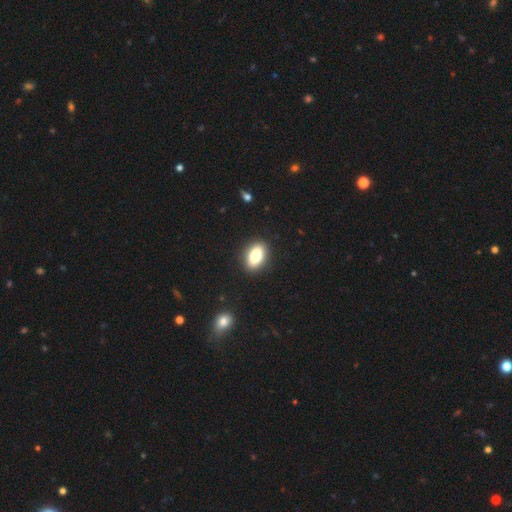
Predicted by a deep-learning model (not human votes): A smooth galaxy with no disk features (80%) that is in between round and cigar-shaped (86%).

Vote fractions:
- Smooth or featured? smooth: 80% / featured or disk: 12% / star or artifact: 8%
- How rounded? in between: 86% / round: 10% / cigar-shaped: 3%
- Merging? none: 90% / minor disturbance: 7% / major disturbance: 2% / merger: 1%